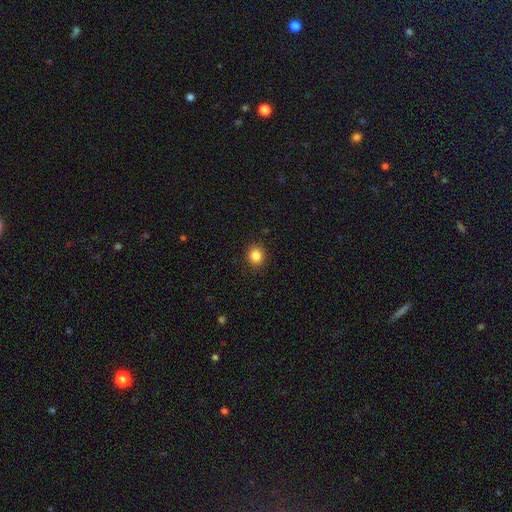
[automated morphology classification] A smooth galaxy with no disk features (85%) that is round (82%).

Vote fractions:
- Smooth or featured? smooth: 85% / star or artifact: 11% / featured or disk: 5%
- How rounded? round: 82% / in between: 17% / cigar-shaped: 1%
- Merging? none: 91% / minor disturbance: 6% / major disturbance: 2% / merger: 1%